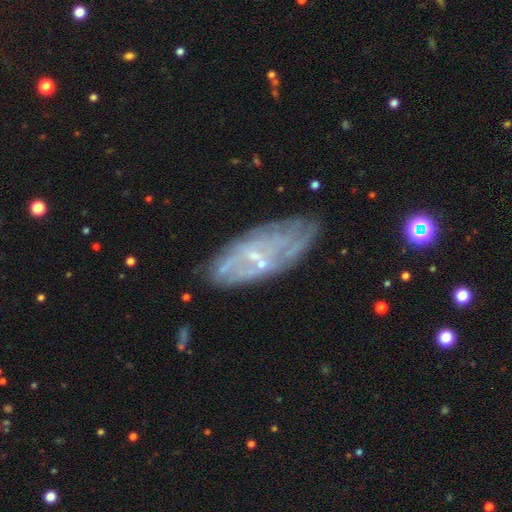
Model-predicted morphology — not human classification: Smooth or featured: featured or disk — 68% (smooth — 22%)
Edge-on disk: no — 86% (yes — 14%)
Bar: no — 60% (weak — 31%)
Spiral arms: yes — 56% (no — 44%)
Bulge size: small — 74% (none — 14%)
Merging: none — 69% (minor disturbance — 19%)